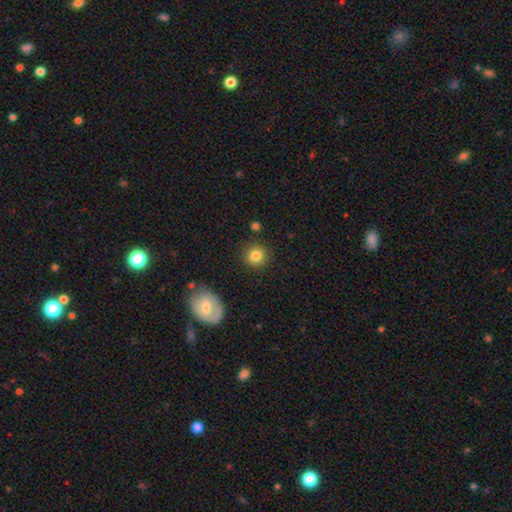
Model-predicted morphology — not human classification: The model was most divided on "smooth or featured": smooth: 84%, star or artifact: 10%, featured or disk: 6%. More confident: how rounded — round (92%); merging — none (88%).